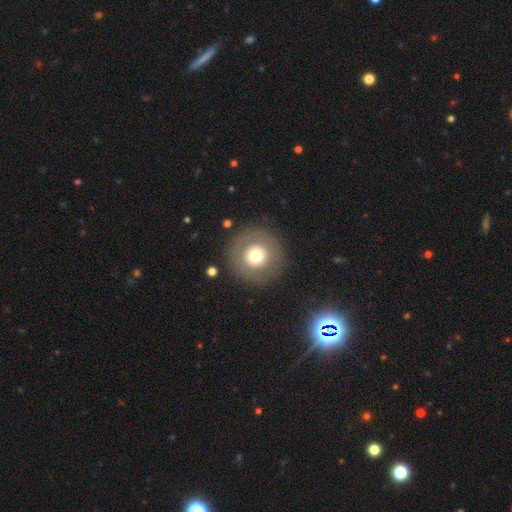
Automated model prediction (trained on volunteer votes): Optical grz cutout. It shows a smooth galaxy with no disk features (68%) that is round (97%). Merging: none (88%).